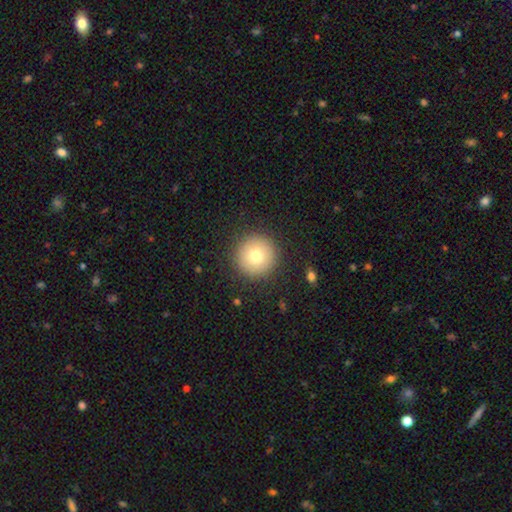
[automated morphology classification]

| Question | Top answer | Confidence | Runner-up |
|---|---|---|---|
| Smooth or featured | smooth | 76% | featured or disk (13%) |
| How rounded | round | 96% | in between (3%) |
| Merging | none | 91% | minor disturbance (6%) |